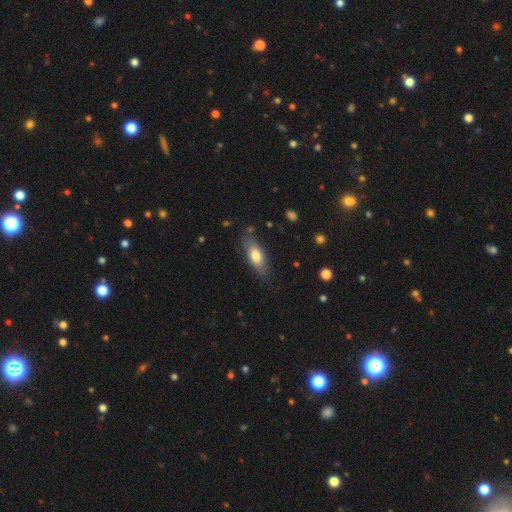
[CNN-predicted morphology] type=smooth (71%); roundness=in between (73%); merging=none (78%).